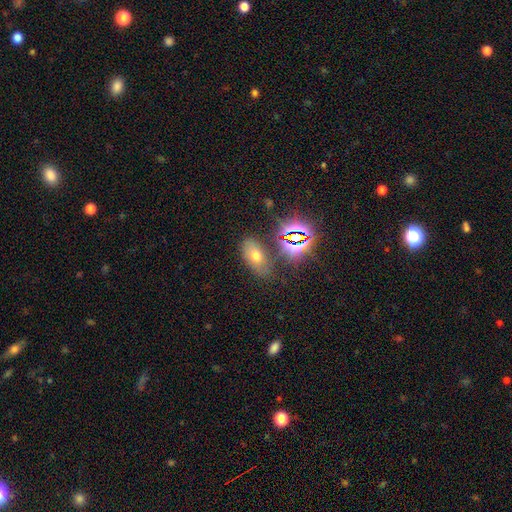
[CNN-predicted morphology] smooth-or-featured: smooth: 56% | star or artifact: 27% | featured or disk: 18%
  how-rounded: in between: 87% | round: 10% | cigar-shaped: 3%
  merging: none: 72% | minor disturbance: 16% | major disturbance: 6% | merger: 6%